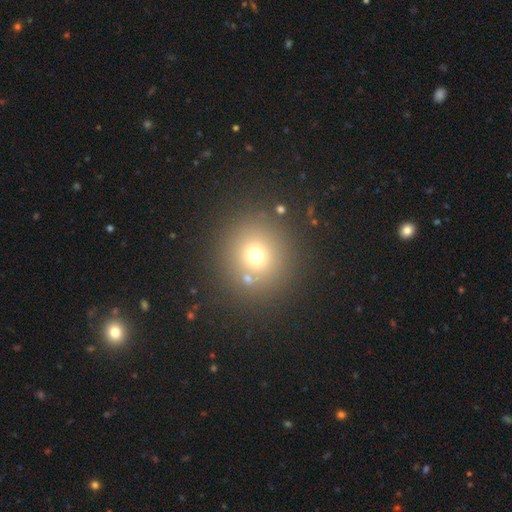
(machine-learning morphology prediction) A smooth galaxy with no disk features (67%) that is round (92%). Merging: none (82%).